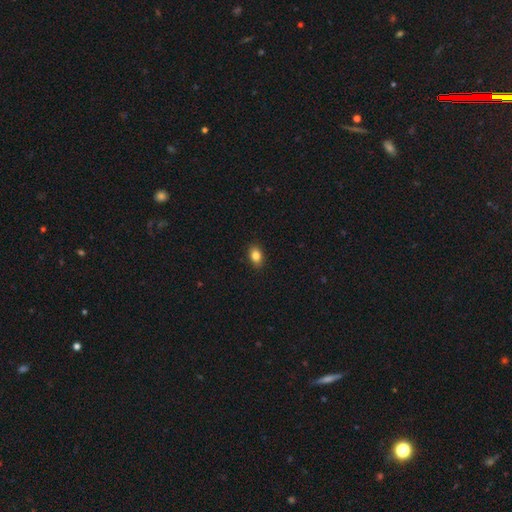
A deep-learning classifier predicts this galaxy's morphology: type=smooth (85%); roundness=in between (81%); merging=none (89%).